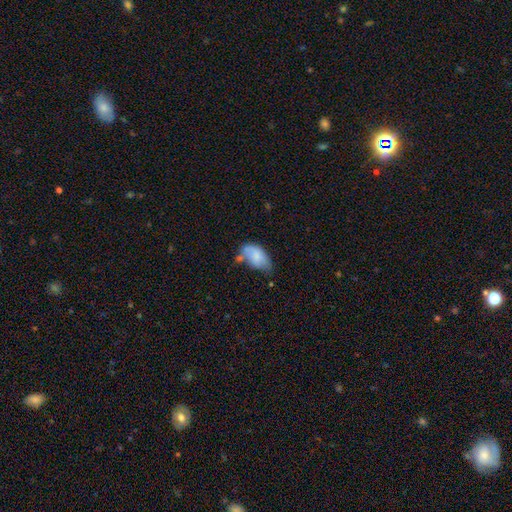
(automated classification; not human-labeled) This appears to be a smooth galaxy with no disk features (75%) that is in between round and cigar-shaped (93%). Merging: minor disturbance (36%).